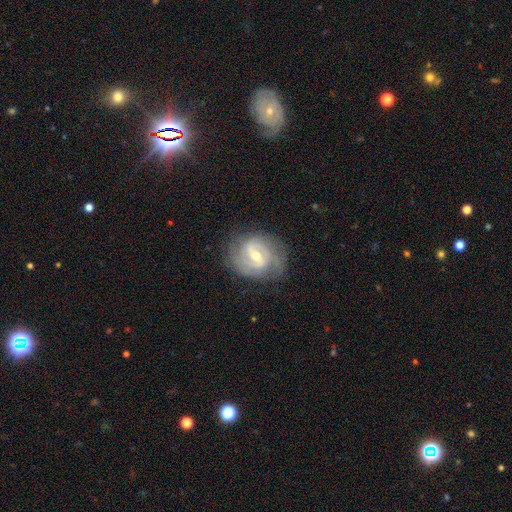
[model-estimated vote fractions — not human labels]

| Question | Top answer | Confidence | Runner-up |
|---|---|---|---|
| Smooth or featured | featured or disk | 83% | smooth (12%) |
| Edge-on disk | no | 97% | yes (3%) |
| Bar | weak | 53% | strong (30%) |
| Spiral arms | yes | 90% | no (10%) |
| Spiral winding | tight | 54% | medium (35%) |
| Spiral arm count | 2 | 53% | can't tell (24%) |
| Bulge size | moderate | 63% | small (33%) |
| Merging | none | 73% | minor disturbance (19%) |